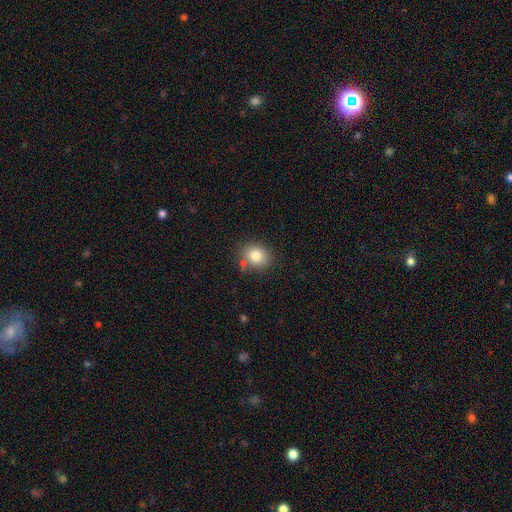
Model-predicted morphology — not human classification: Smooth or featured? Predicted: smooth (p=0.80). How rounded? Predicted: round (p=0.63). Merging? Predicted: none (p=0.78).